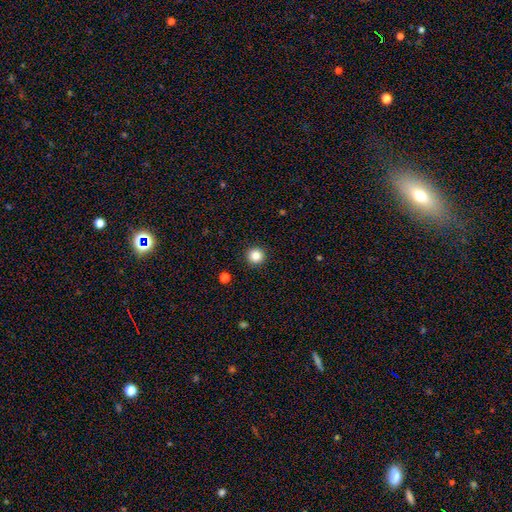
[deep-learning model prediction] The model was most divided on "smooth or featured": smooth: 85%, star or artifact: 11%, featured or disk: 4%. More confident: how rounded — round (96%); merging — none (93%).